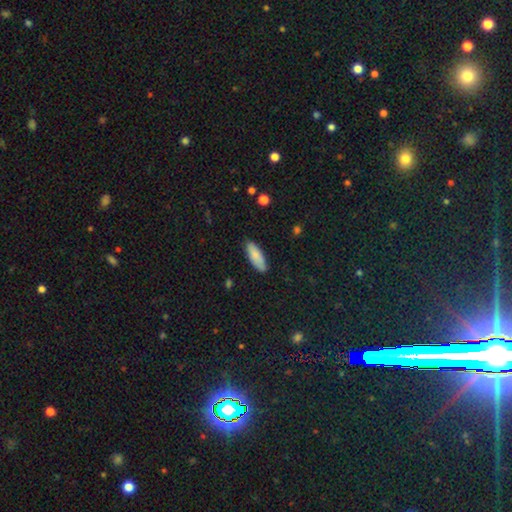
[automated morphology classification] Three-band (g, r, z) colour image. It shows a smooth galaxy with no disk features (85%) that is in between round and cigar-shaped (66%). Merging: none (86%).